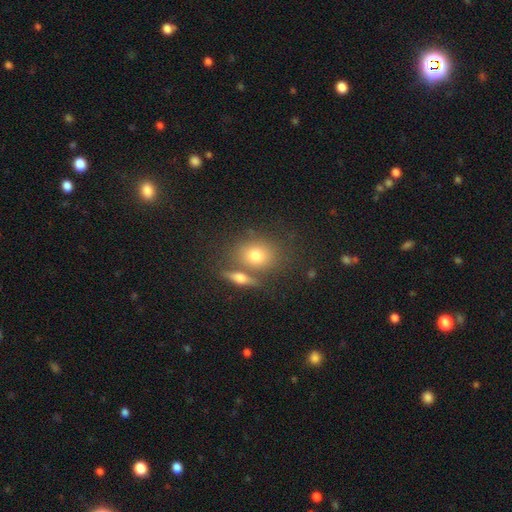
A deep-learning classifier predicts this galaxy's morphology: smooth 72%, featured or disk 18%, star or artifact 10%. Down the decision tree: how rounded — round (54%); merging — none (58%).